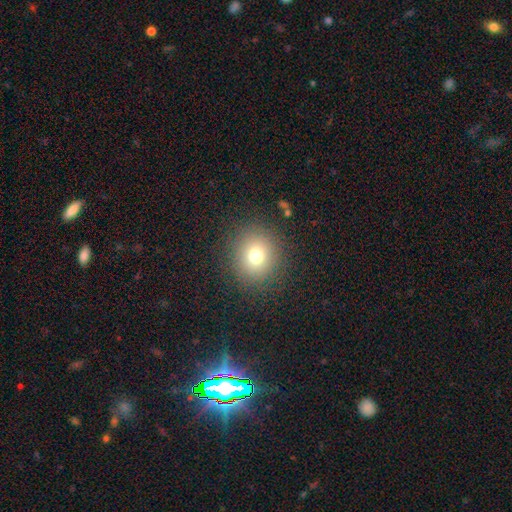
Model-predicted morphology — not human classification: Smooth or featured: smooth — 74% (star or artifact — 15%)
How rounded: round — 88% (in between — 11%)
Merging: none — 88% (minor disturbance — 7%)